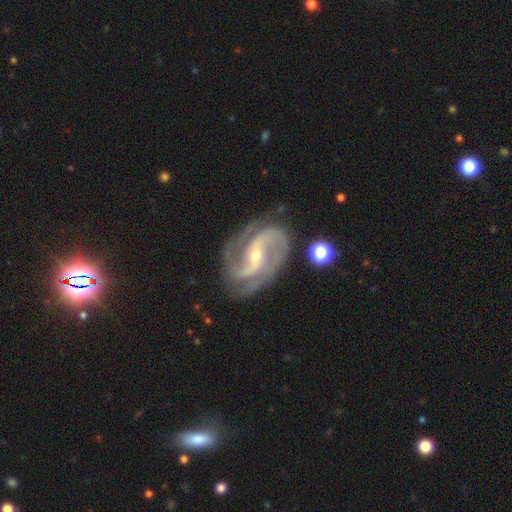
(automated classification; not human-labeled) Overall: featured or disk (92%). Edge-on disk: no (97%). Bar: weak (35%, tied with strong). Spiral arms: yes (98%). Spiral arm count: 2 (79%). Spiral winding: medium (56%; tight 23%). Bulge size: small (71%). Merging: none (75%).